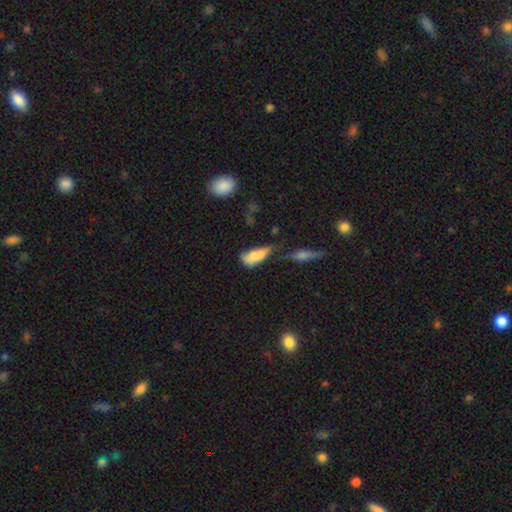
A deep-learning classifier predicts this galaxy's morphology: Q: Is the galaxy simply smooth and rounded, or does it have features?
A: smooth — 71%.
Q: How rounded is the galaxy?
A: in between — 81%.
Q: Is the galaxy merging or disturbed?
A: merger — 28%.